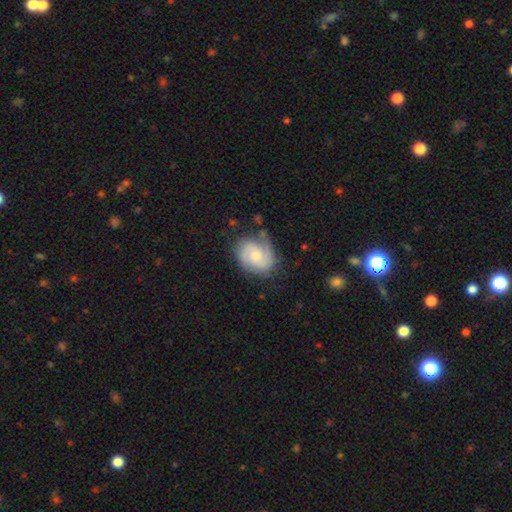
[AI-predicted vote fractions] This is likely a featured or disk galaxy (71%). It is clearly not viewed edge-on (97%). Bar: likely no (62%). Spiral arm pattern: clearly yes (94%). Spiral arm count: likely 2 (75%). Spiral winding: possibly medium (46%). Central bulge: possibly moderate (51%). Merging: likely none (66%).